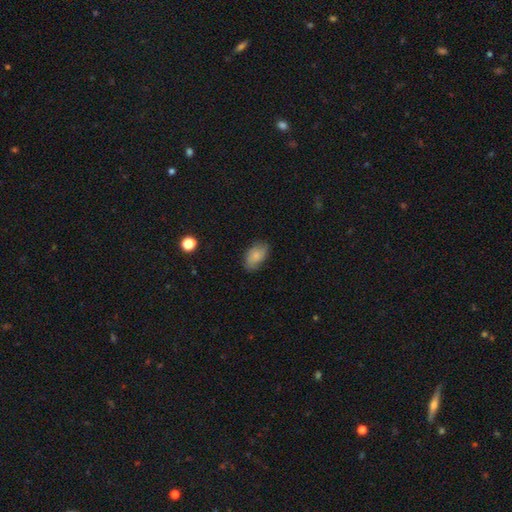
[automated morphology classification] Q: Smooth or featured?
A: smooth (78%); runner-up: featured or disk (14%)
Q: How rounded?
A: in between (91%); runner-up: round (7%)
Q: Merging?
A: none (75%); runner-up: minor disturbance (20%)